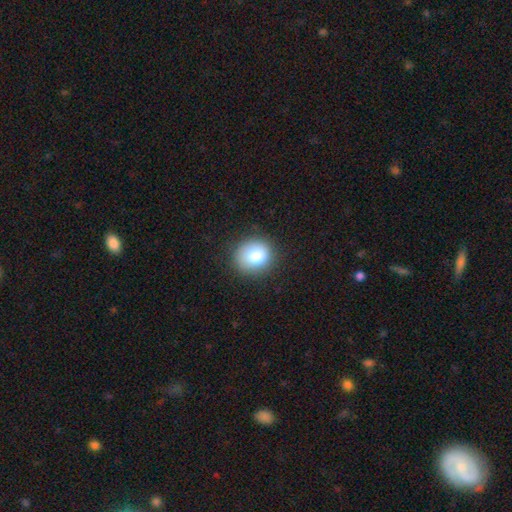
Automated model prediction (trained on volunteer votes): Smooth or featured: smooth — 82% (star or artifact — 10%)
How rounded: round — 79% (in between — 20%)
Merging: none — 84% (minor disturbance — 11%)